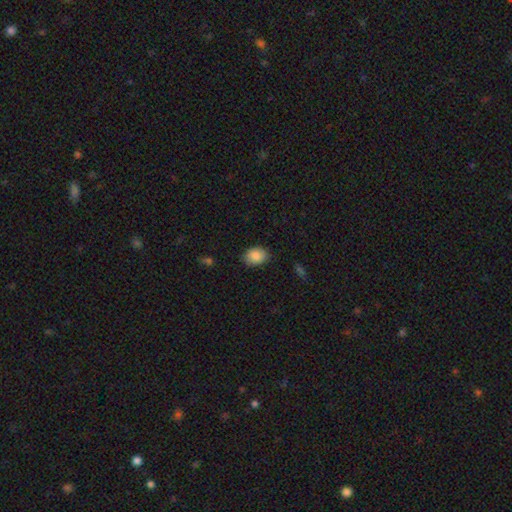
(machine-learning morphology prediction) This appears to be a smooth galaxy with no disk features (87%) that is in between round and cigar-shaped (67%). Merging: none (80%).